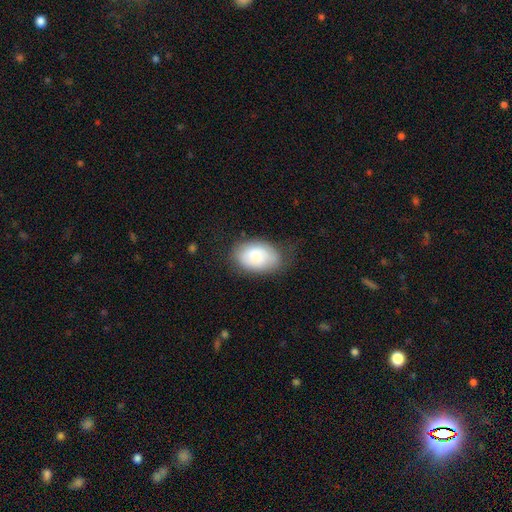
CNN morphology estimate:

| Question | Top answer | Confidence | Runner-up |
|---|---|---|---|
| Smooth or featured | smooth | 75% | featured or disk (17%) |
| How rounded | in between | 86% | round (13%) |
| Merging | none | 67% | minor disturbance (25%) |